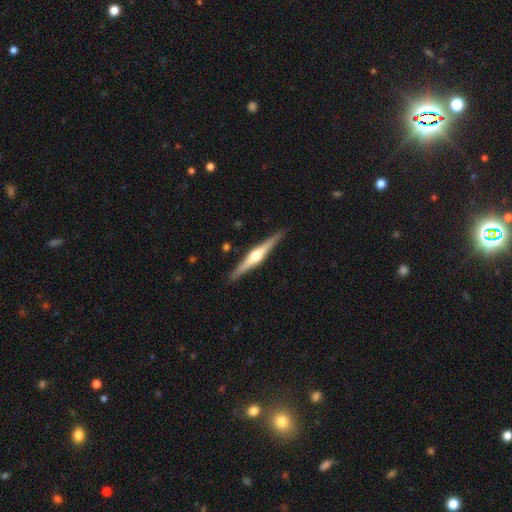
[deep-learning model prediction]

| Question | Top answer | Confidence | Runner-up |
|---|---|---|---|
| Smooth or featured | featured or disk | 75% | smooth (20%) |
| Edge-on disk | yes | 98% | no (2%) |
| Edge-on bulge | rounded | 92% | boxy (4%) |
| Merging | none | 89% | minor disturbance (8%) |